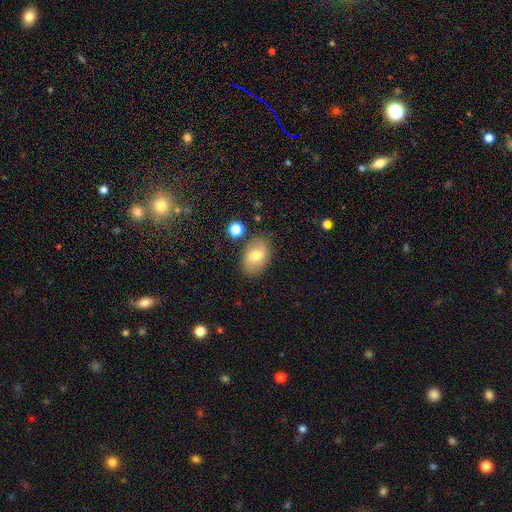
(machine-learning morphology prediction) Smooth or featured? smooth (72%)
How rounded? in between (86%)
Merging? none (83%)